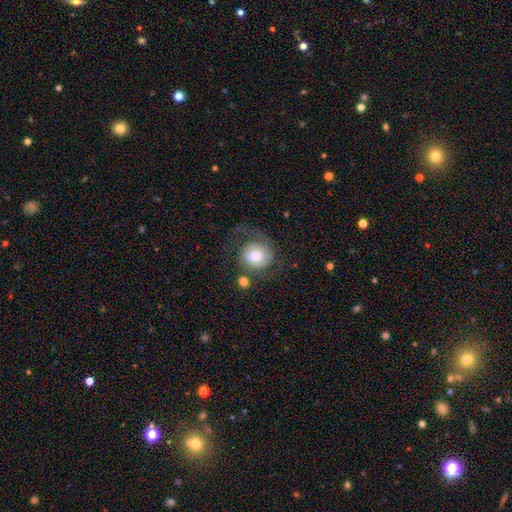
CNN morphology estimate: Smooth or featured? featured or disk (49%)
Merging? none (46%)